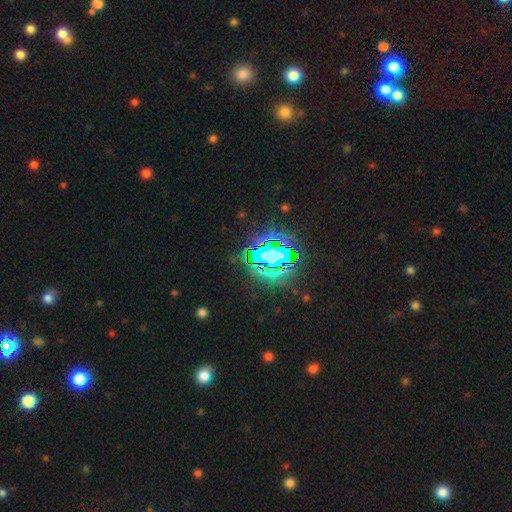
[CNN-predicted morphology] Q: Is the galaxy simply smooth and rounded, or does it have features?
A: star or artifact — 75%.